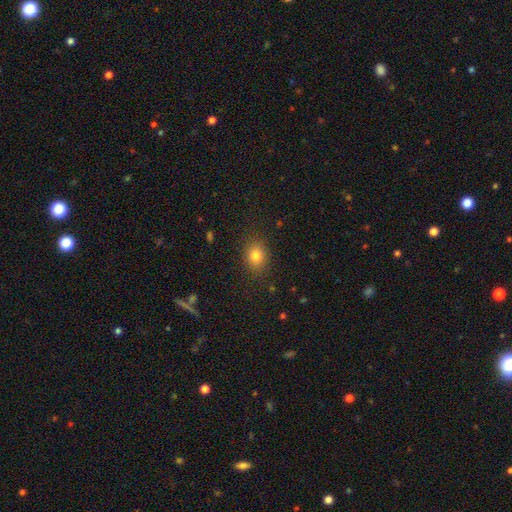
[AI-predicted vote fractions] Morphology: type=smooth (81%); roundness=round (56%); merging=none (86%).